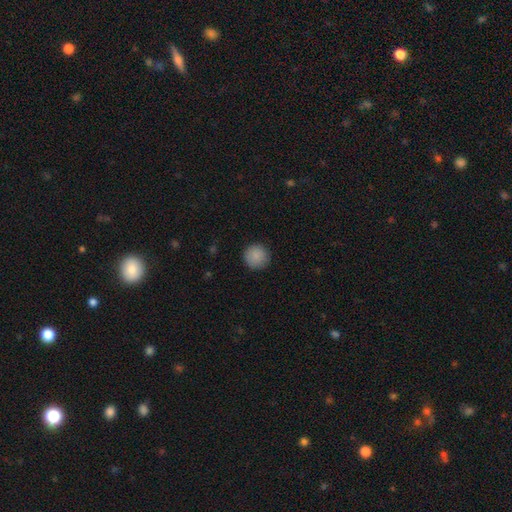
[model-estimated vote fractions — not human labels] A smooth galaxy with no disk features (89%) that is round (95%). Merging: none (90%).